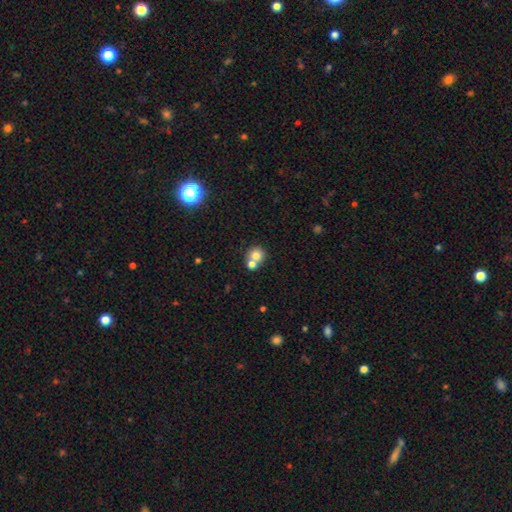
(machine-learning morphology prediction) smooth-or-featured: smooth: 75% | featured or disk: 14% | star or artifact: 11%
  how-rounded: round: 86% | in between: 13% | cigar-shaped: 1%
  merging: merger: 47% | none: 44% | minor disturbance: 6% | major disturbance: 3%